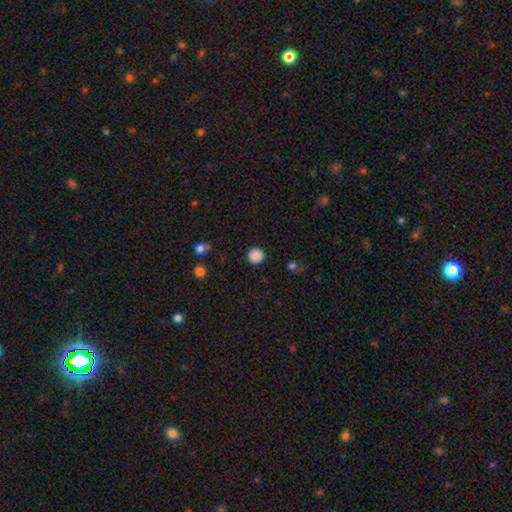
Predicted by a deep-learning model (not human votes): Smooth or featured?
  - smooth: 87% *
  - star or artifact: 10%
  - featured or disk: 3%
How rounded?
  - round: 95% *
  - in between: 4%
  - cigar-shaped: 1%
Merging?
  - none: 92% *
  - minor disturbance: 5%
  - major disturbance: 2%
  - merger: 1%